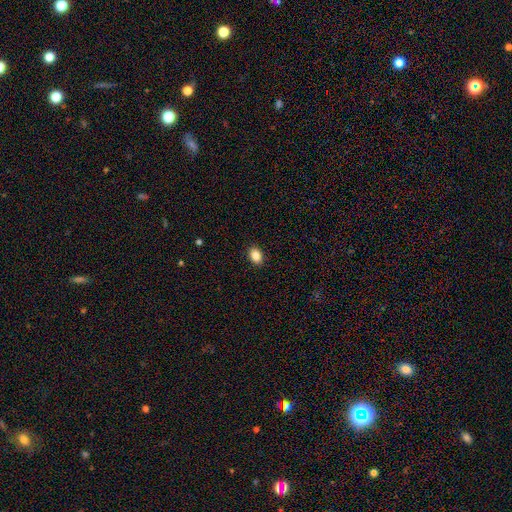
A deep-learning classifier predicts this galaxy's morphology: The model was most divided on "how rounded": in between: 77%, round: 21%, cigar-shaped: 1%. More confident: merging — none (90%); smooth or featured — smooth (87%).